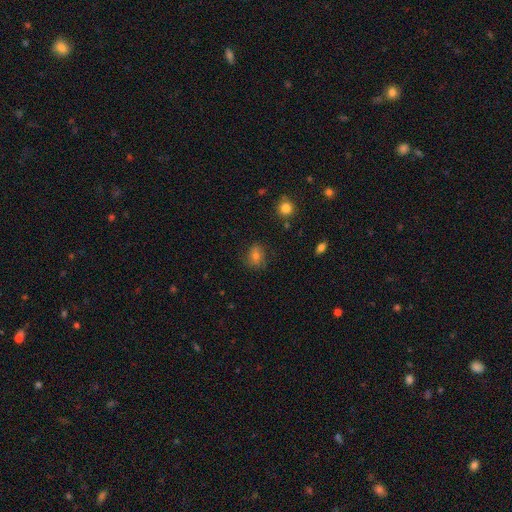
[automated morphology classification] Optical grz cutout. It shows a smooth galaxy with no disk features (71%) that is round (59%). Merging: none (76%).